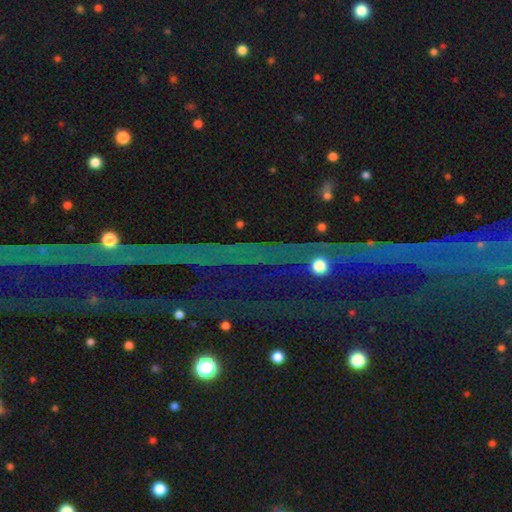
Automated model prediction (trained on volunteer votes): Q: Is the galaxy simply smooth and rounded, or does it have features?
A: star or artifact — 84%.